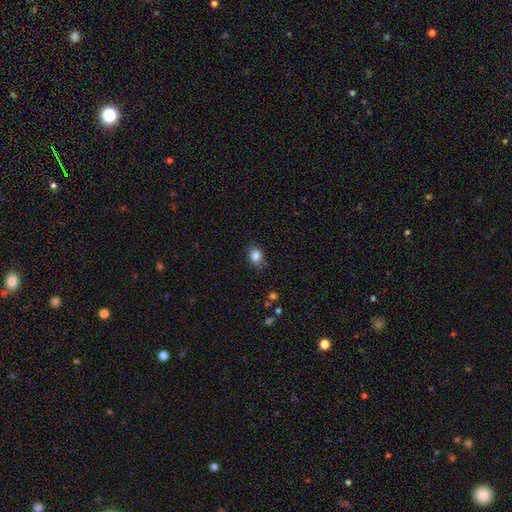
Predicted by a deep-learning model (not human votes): Overall: smooth (85%). How rounded: in between (52%; round 47%). Merging: none (70%).